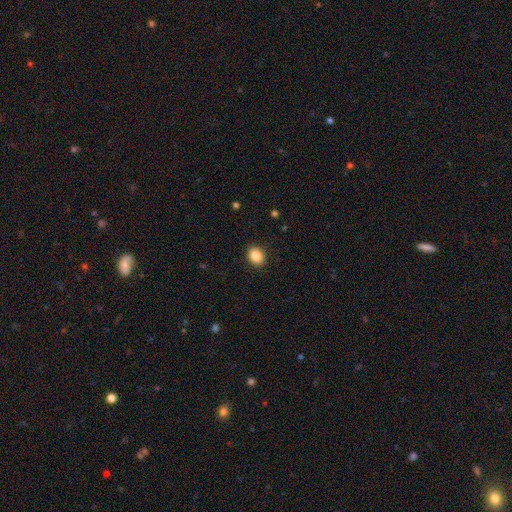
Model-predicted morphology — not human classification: Overall: smooth (88%). How rounded: in between (56%; round 43%). Merging: none (90%).